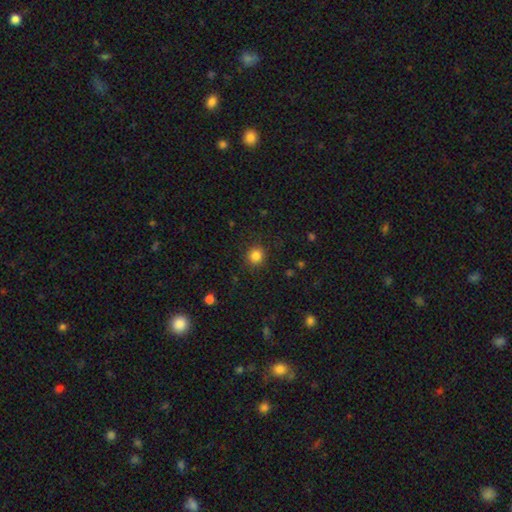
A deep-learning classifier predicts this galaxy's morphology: type=smooth (84%); roundness=round (90%); merging=none (90%).